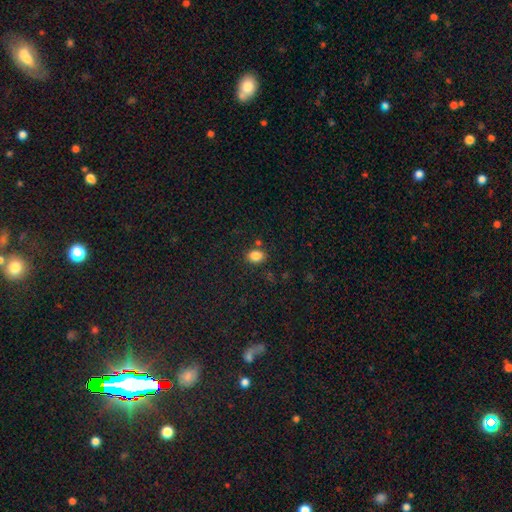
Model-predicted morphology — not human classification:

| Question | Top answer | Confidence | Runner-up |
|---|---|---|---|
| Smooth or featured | smooth | 85% | star or artifact (10%) |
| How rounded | in between | 63% | round (36%) |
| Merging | none | 79% | minor disturbance (11%) |